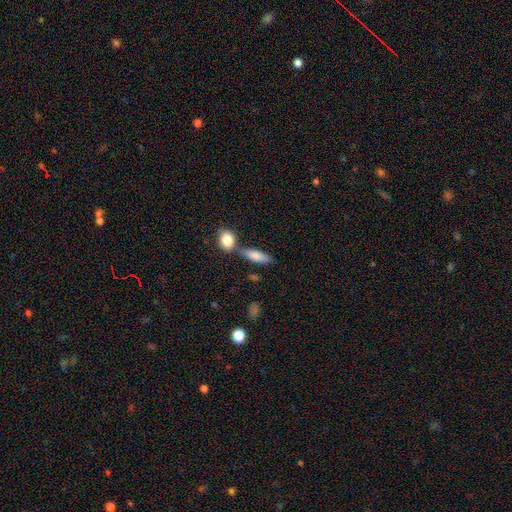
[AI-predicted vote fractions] A smooth galaxy with no disk features (80%) that is in between round and cigar-shaped (58%).

Vote fractions:
- Smooth or featured? smooth: 80% / featured or disk: 13% / star or artifact: 7%
- How rounded? in between: 58% / cigar-shaped: 38% / round: 5%
- Merging? none: 59% / merger: 25% / minor disturbance: 13% / major disturbance: 4%